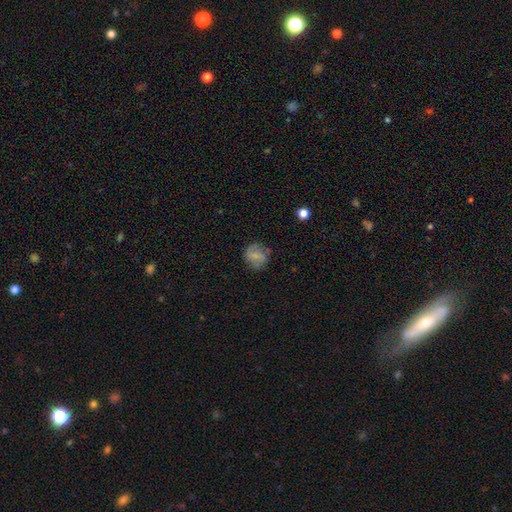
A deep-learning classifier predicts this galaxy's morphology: The model was most divided on "smooth or featured": smooth: 64%, featured or disk: 27%, star or artifact: 9%. More confident: how rounded — round (81%); merging — none (71%).